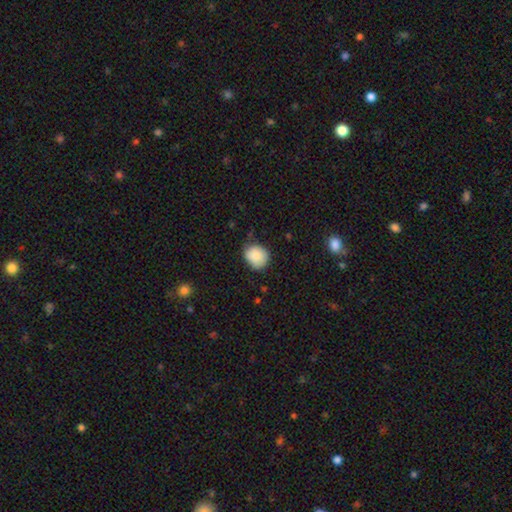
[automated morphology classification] smooth_or_featured: smooth (p=0.85) [alt: star or artifact p=0.08]
how_rounded: round (p=0.71) [alt: in between p=0.29]
merging: none (p=0.66) [alt: minor disturbance p=0.27]